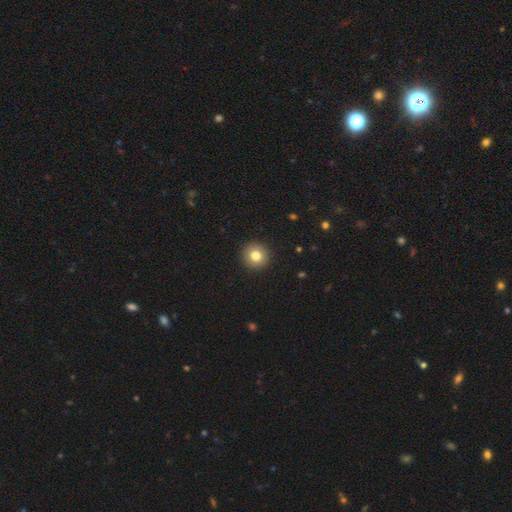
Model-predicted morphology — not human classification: A smooth galaxy with no disk features (80%) that is round (95%).

Vote fractions:
- Smooth or featured? smooth: 80% / star or artifact: 10% / featured or disk: 10%
- How rounded? round: 95% / in between: 4% / cigar-shaped: 1%
- Merging? none: 93% / minor disturbance: 5% / major disturbance: 2% / merger: 1%